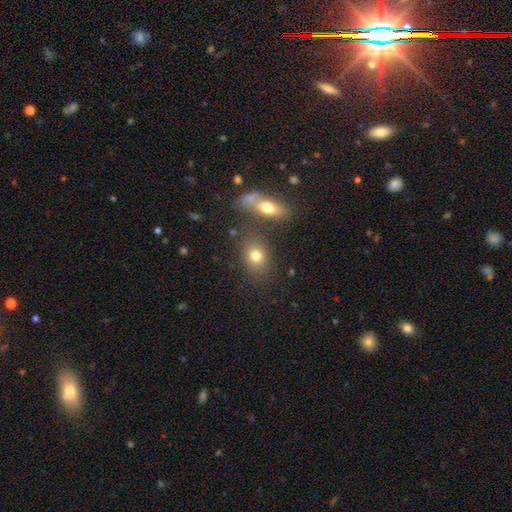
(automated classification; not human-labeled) smooth_or_featured: smooth (p=0.75) [alt: star or artifact p=0.13]
how_rounded: in between (p=0.57) [alt: round p=0.41]
merging: none (p=0.68) [alt: merger p=0.16]